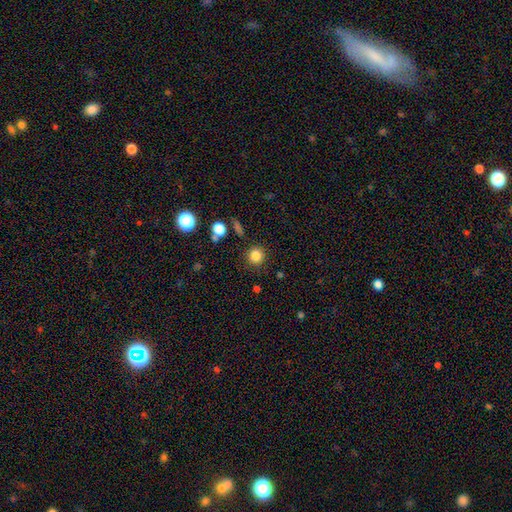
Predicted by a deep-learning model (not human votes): The model was most divided on "smooth or featured": smooth: 83%, star or artifact: 12%, featured or disk: 5%. More confident: how rounded — round (93%); merging — none (87%).